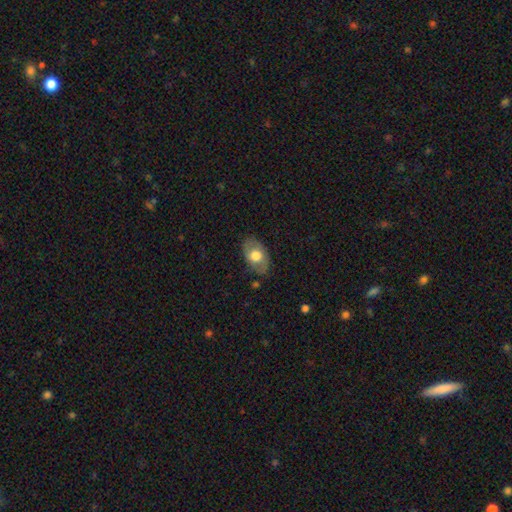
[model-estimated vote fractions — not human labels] Morphology: type=smooth (61%); roundness=in between (88%); merging=none (76%).